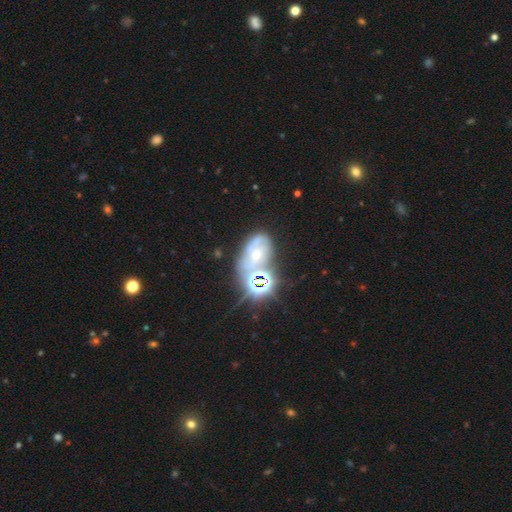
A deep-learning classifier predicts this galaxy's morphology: smooth-or-featured: featured or disk: 44% | star or artifact: 38% | smooth: 18%
  merging: none: 48% | minor disturbance: 20% | merger: 18% | major disturbance: 14%